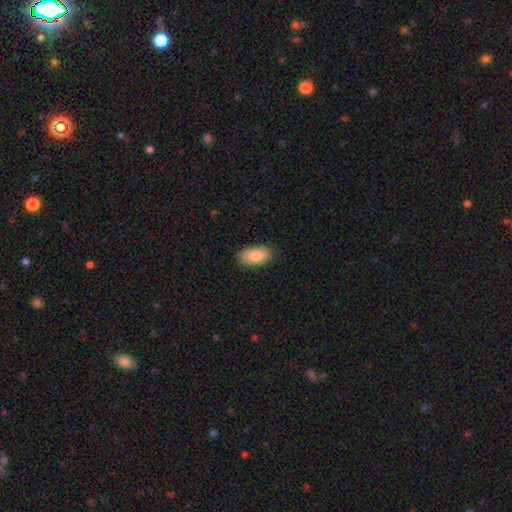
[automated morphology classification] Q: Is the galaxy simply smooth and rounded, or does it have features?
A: smooth — 86%.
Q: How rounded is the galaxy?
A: in between — 93%.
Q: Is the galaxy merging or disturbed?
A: none — 84%.